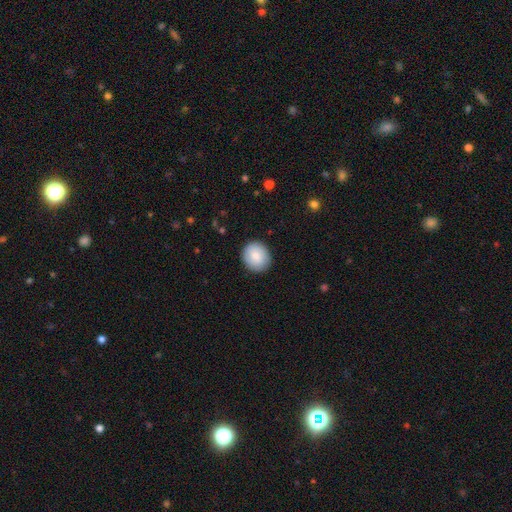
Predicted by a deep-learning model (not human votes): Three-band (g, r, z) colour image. It shows a smooth galaxy with no disk features (82%) that is round (81%). Merging: none (88%).